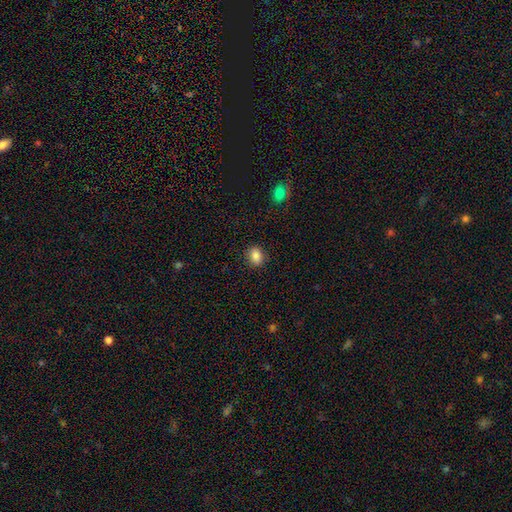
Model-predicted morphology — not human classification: A smooth galaxy with no disk features (85%) that is in between round and cigar-shaped (61%). Merging: none (88%).